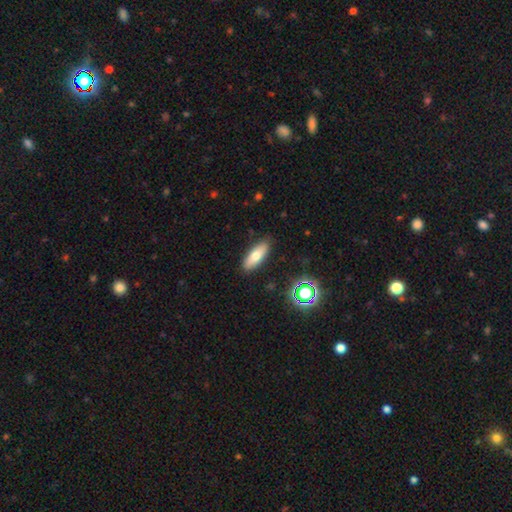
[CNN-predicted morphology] Smooth or featured?
  - smooth: 74% *
  - featured or disk: 18%
  - star or artifact: 8%
How rounded?
  - in between: 68% *
  - cigar-shaped: 30%
  - round: 2%
Merging?
  - none: 87% *
  - minor disturbance: 9%
  - major disturbance: 2%
  - merger: 1%